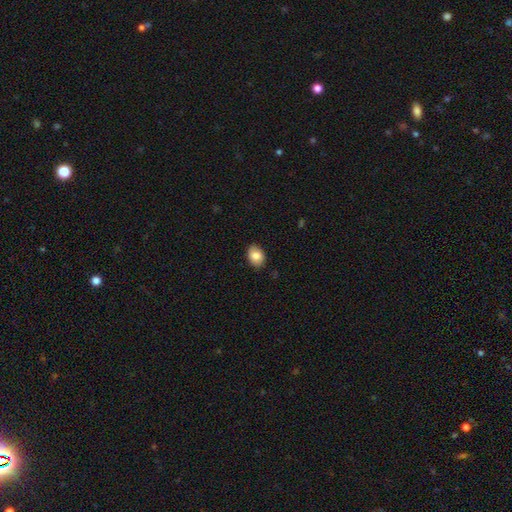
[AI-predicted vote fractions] smooth 84%, featured or disk 9%, star or artifact 7%. Down the decision tree: how rounded — in between (77%); merging — none (86%).